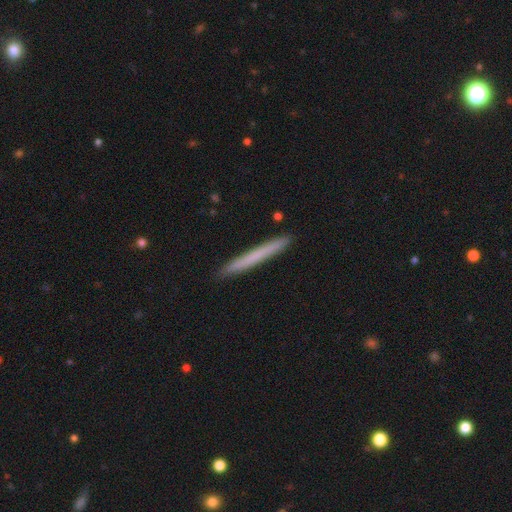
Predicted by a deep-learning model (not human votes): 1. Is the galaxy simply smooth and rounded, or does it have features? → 64% smooth, 30% featured or disk, 6% star or artifact.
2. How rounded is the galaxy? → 97% cigar-shaped, 1% in between, 1% round.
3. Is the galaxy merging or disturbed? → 92% none, 6% minor disturbance, 1% major disturbance, 1% merger.